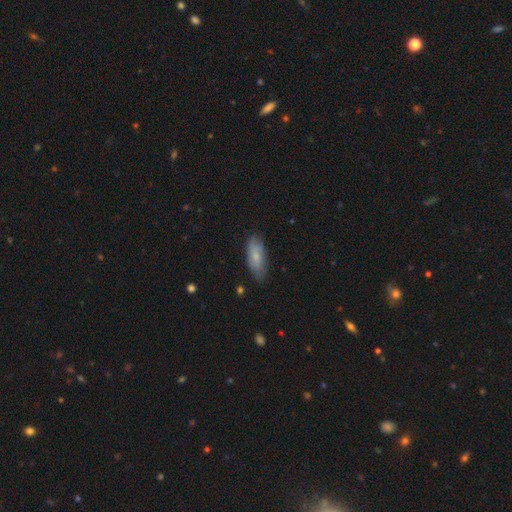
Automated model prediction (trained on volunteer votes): Morphology: type=smooth (75%); roundness=in between (75%); merging=none (77%).